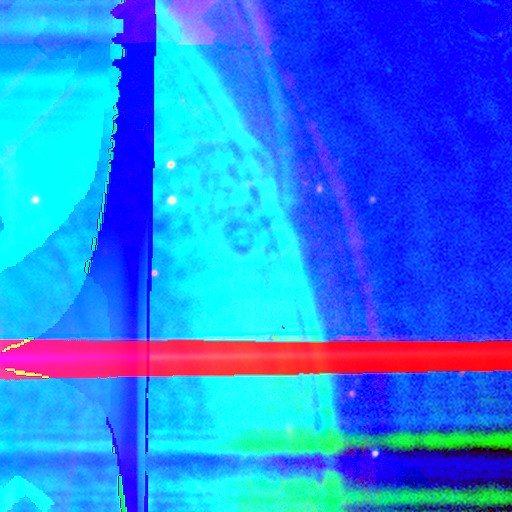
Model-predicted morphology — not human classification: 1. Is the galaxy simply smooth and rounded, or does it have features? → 88% star or artifact, 7% featured or disk, 6% smooth.